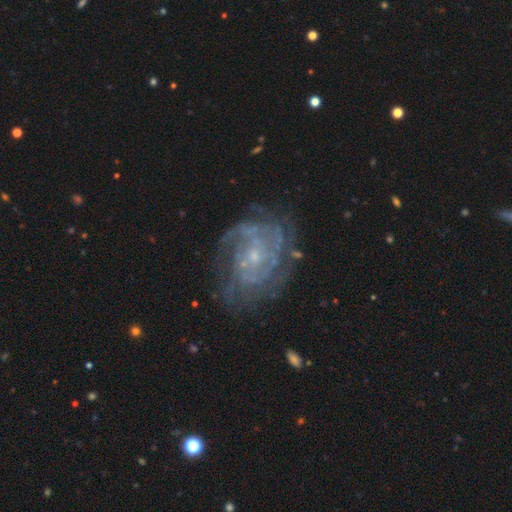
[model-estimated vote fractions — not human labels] Smooth or featured? featured or disk (86%)
Edge-on disk? no (97%)
Bar? no (70%)
Spiral arms? yes (95%)
Spiral winding? tight (63%)
Spiral arm count? can't tell (31%)
Bulge size? small (78%)
Merging? none (71%)